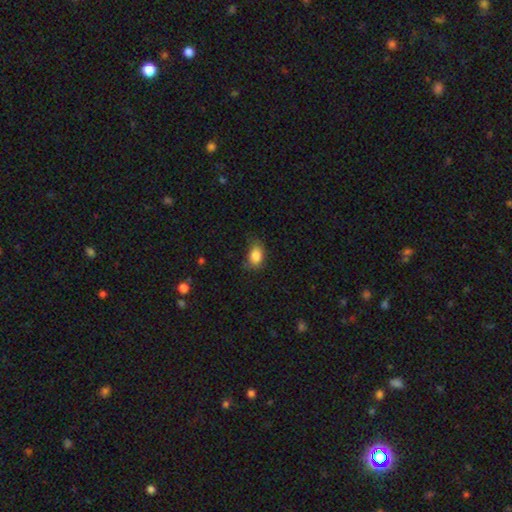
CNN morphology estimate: Smooth or featured? Predicted: smooth (p=0.84). How rounded? Predicted: in between (p=0.76). Merging? Predicted: none (p=0.55).